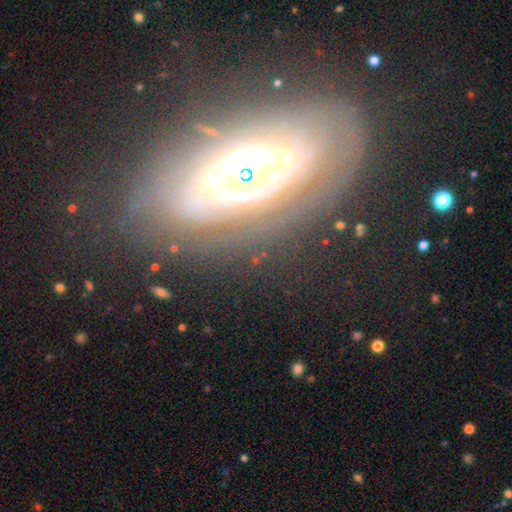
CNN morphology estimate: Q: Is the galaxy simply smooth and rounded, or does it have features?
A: featured or disk — 74%.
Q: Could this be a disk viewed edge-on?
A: no — 82%.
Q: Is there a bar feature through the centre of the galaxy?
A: no — 73%.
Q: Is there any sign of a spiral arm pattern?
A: yes — 69%.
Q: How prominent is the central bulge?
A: small — 31%.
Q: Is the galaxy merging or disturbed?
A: none — 71%.